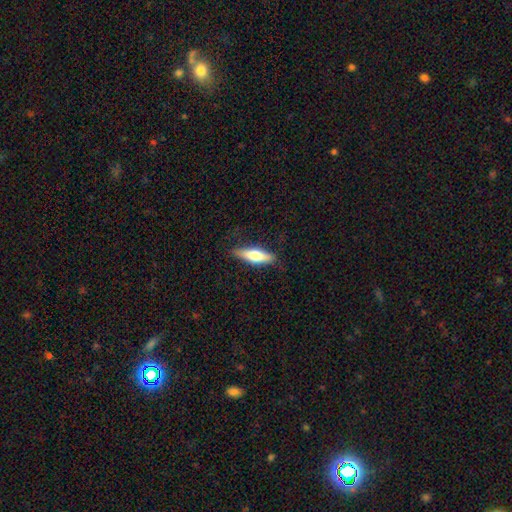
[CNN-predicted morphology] smooth-or-featured: smooth: 60% | featured or disk: 35% | star or artifact: 6%
  how-rounded: cigar-shaped: 59% | in between: 39% | round: 2%
  merging: none: 83% | minor disturbance: 13% | major disturbance: 3% | merger: 1%